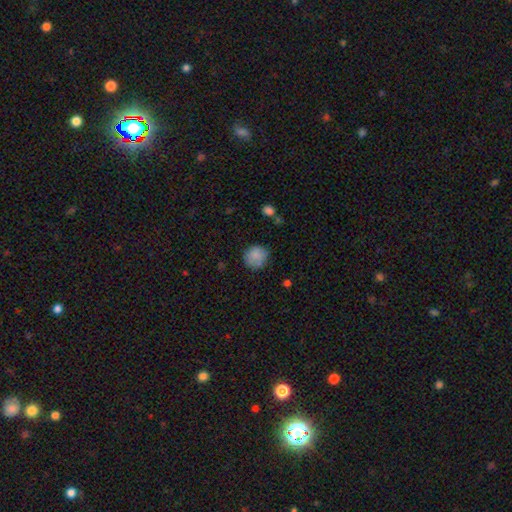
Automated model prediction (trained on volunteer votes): smooth-or-featured: smooth: 83% | star or artifact: 8% | featured or disk: 8%
  how-rounded: round: 85% | in between: 14% | cigar-shaped: 1%
  merging: none: 73% | minor disturbance: 19% | major disturbance: 5% | merger: 3%